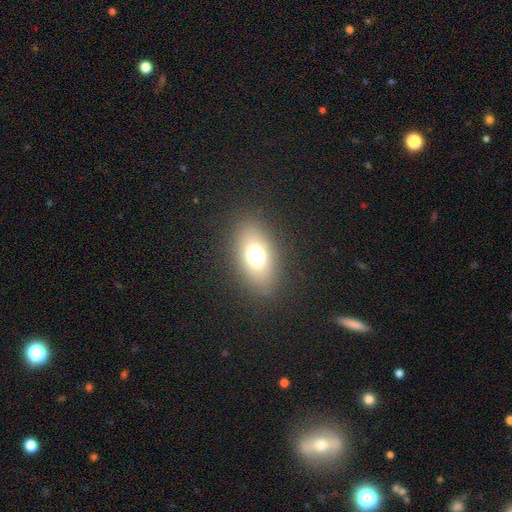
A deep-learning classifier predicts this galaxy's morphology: Q: Smooth or featured?
A: smooth (65%); runner-up: featured or disk (18%)
Q: How rounded?
A: in between (76%); runner-up: round (21%)
Q: Merging?
A: none (85%); runner-up: minor disturbance (9%)